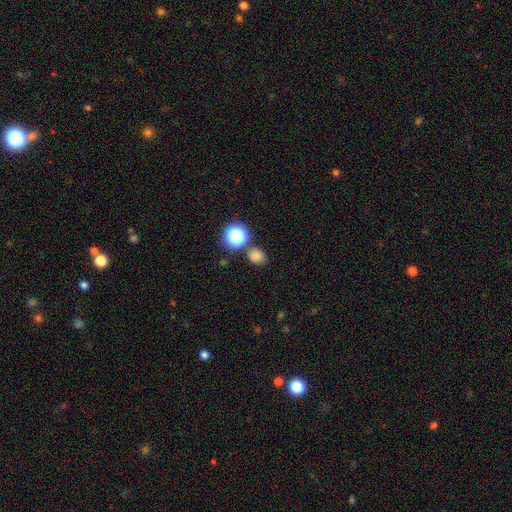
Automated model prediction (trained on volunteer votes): smooth-or-featured: smooth: 76% | star or artifact: 19% | featured or disk: 5%
  how-rounded: round: 59% | in between: 40% | cigar-shaped: 1%
  merging: none: 74% | minor disturbance: 11% | merger: 11% | major disturbance: 4%